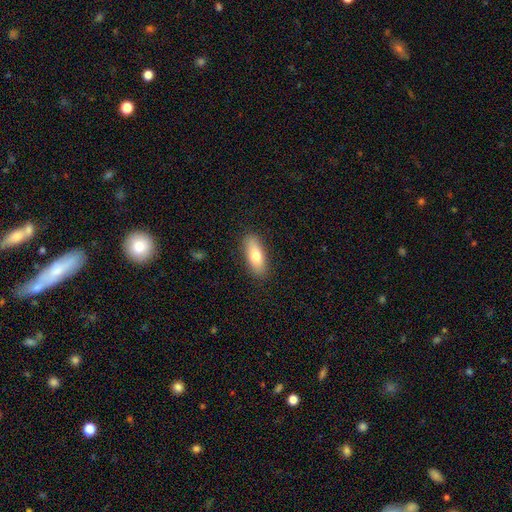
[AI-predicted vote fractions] Smooth or featured? smooth (75%)
How rounded? in between (73%)
Merging? none (87%)